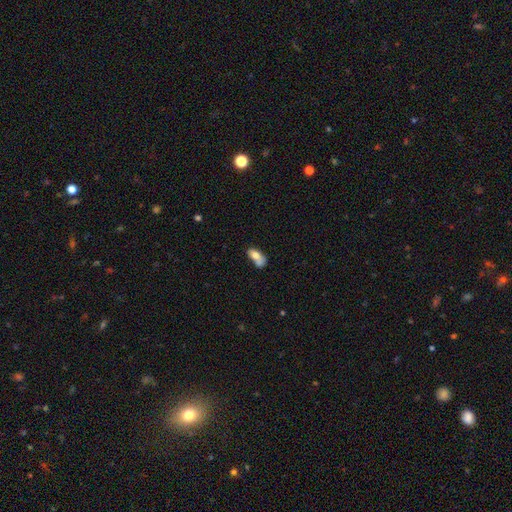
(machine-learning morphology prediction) Smooth or featured?
  - smooth: 71% *
  - featured or disk: 21%
  - star or artifact: 9%
How rounded?
  - in between: 84% *
  - round: 9%
  - cigar-shaped: 7%
Merging?
  - merger: 47% *
  - none: 24%
  - minor disturbance: 17%
  - major disturbance: 13%